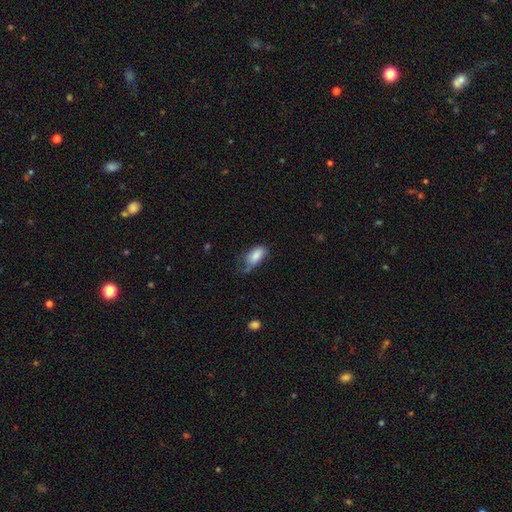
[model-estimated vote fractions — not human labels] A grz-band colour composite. It shows a smooth galaxy with no disk features (81%) that is in between round and cigar-shaped (91%). Merging: minor disturbance (38%).